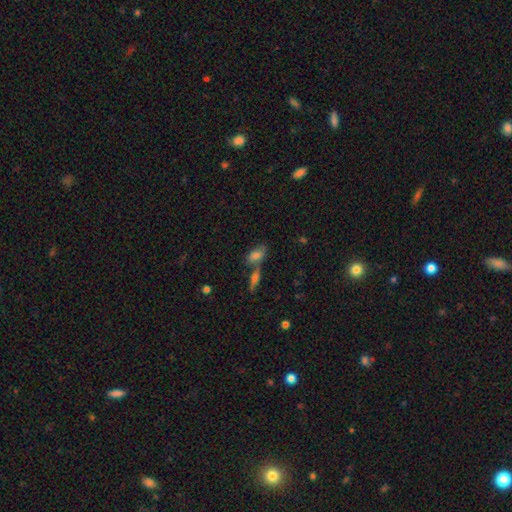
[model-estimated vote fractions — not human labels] This is likely a smooth galaxy (71%). How rounded: clearly in between (83%). Merging: marginally none (44%).